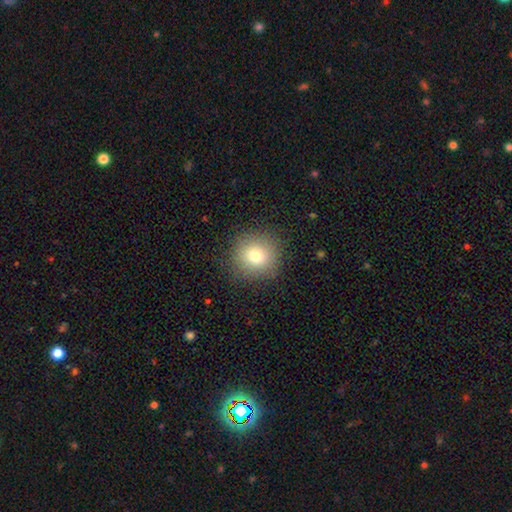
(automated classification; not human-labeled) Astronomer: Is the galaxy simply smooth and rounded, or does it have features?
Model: smooth — 76%.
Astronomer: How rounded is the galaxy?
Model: round — 92%.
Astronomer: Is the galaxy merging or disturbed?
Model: none — 88%.